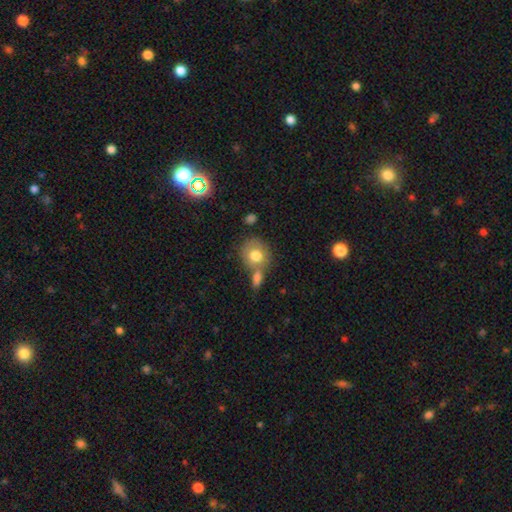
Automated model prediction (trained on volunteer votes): Smooth or featured? smooth (75%)
How rounded? round (79%)
Merging? none (50%)